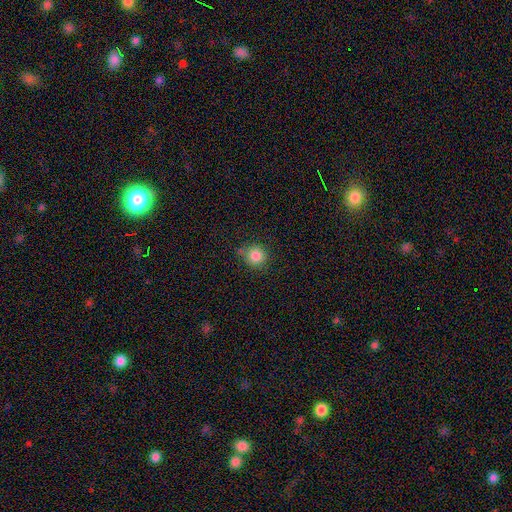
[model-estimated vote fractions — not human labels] Smooth or featured: smooth — 84% (star or artifact — 11%)
How rounded: round — 92% (in between — 7%)
Merging: none — 75% (minor disturbance — 16%)